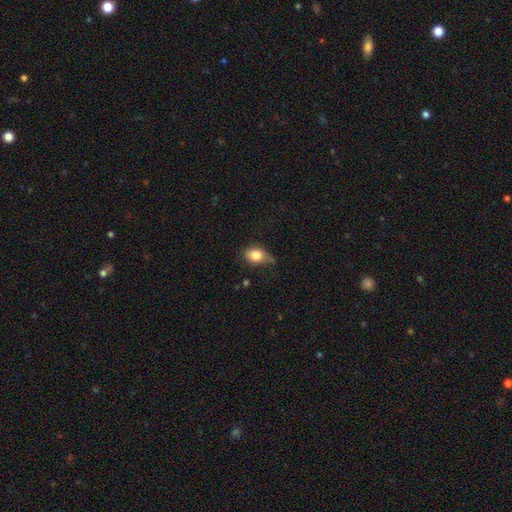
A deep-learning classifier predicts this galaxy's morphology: smooth_or_featured: smooth (p=0.82) [alt: featured or disk p=0.10]
how_rounded: in between (p=0.70) [alt: round p=0.28]
merging: none (p=0.55) [alt: minor disturbance p=0.34]